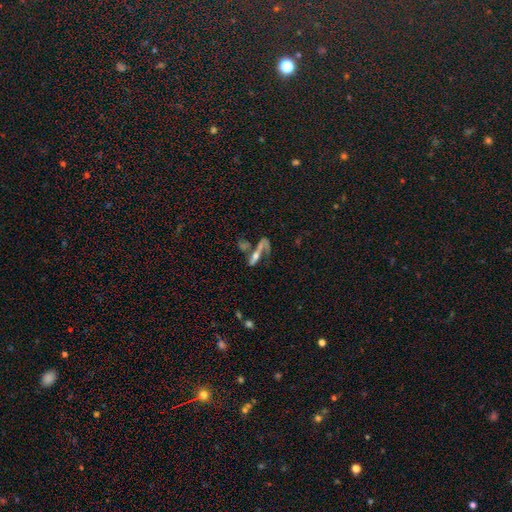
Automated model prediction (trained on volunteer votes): Smooth or featured? featured or disk (48%)
Merging? merger (42%)